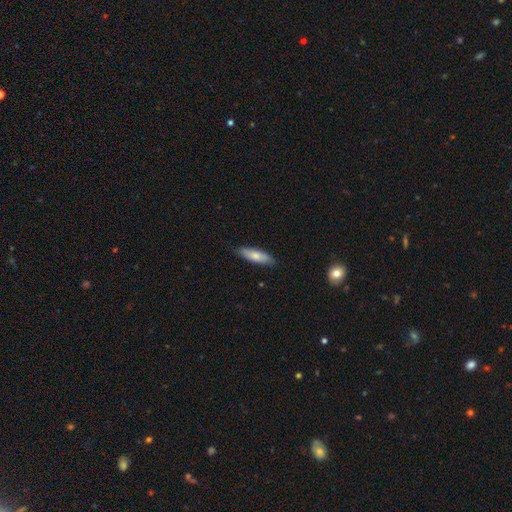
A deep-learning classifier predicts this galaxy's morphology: Overall: smooth (74%). How rounded: cigar-shaped (56%; in between 42%). Merging: none (85%).